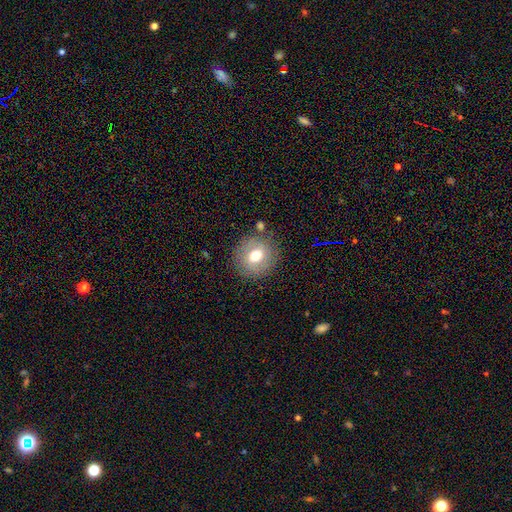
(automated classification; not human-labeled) Smooth or featured? Predicted: smooth (p=0.65). How rounded? Predicted: round (p=0.88). Merging? Predicted: none (p=0.83).